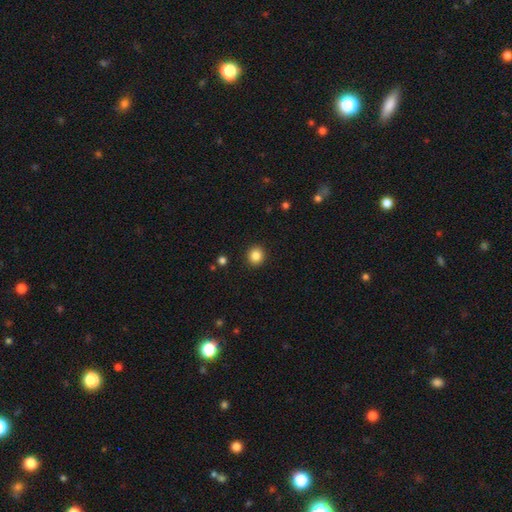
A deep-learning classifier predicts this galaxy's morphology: This is clearly a smooth galaxy (85%). How rounded: clearly round (90%). Merging: clearly none (92%).